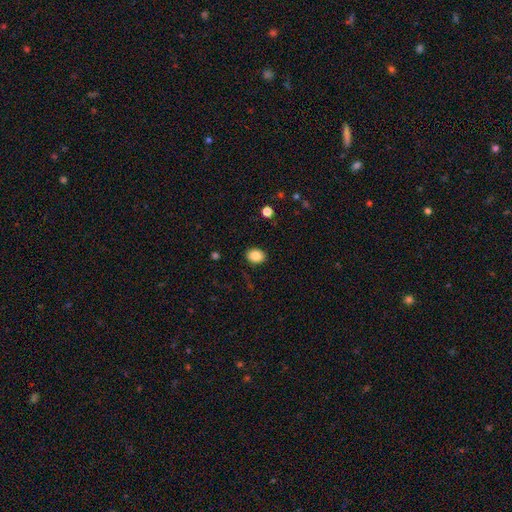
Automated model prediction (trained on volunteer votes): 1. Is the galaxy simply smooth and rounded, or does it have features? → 85% smooth, 9% star or artifact, 6% featured or disk.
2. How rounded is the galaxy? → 58% in between, 41% round, 1% cigar-shaped.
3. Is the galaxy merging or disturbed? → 88% none, 8% minor disturbance, 2% major disturbance, 1% merger.